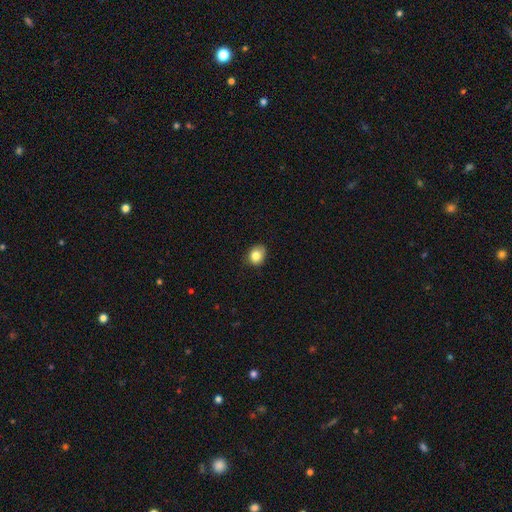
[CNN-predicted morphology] Smooth or featured? smooth (83%)
How rounded? round (58%)
Merging? none (75%)